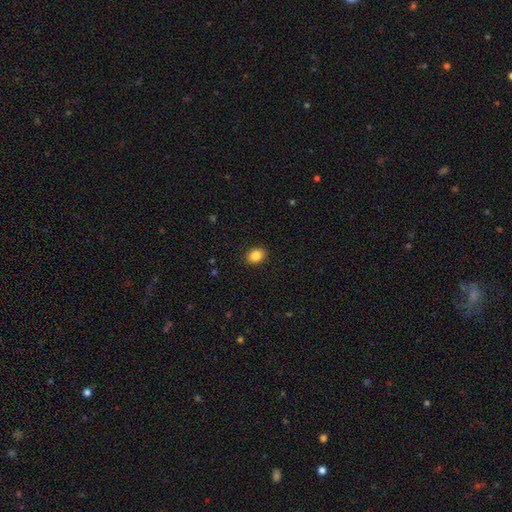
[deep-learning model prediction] Q: Smooth or featured?
A: smooth (85%); runner-up: star or artifact (9%)
Q: How rounded?
A: in between (64%); runner-up: round (35%)
Q: Merging?
A: none (91%); runner-up: minor disturbance (7%)